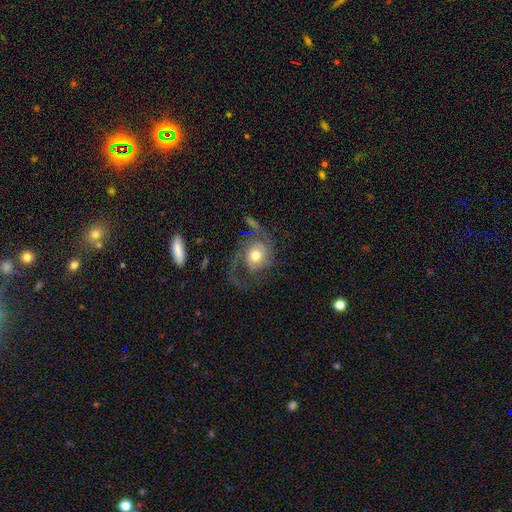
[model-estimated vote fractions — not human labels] smooth-or-featured: featured or disk: 71% | smooth: 22% | star or artifact: 7%
  disk-edge-on: no: 97% | yes: 3%
    bar: no: 76% | weak: 19% | strong: 4%
    has-spiral-arms: yes: 88% | no: 12%
      spiral-winding: medium: 41% | loose: 36% | tight: 24%
      spiral-arm-count: 2: 54% | 1: 24% | can't tell: 11% | 3: 6% | 4: 2% | more than 4: 2%
    bulge-size: moderate: 68% | large: 20% | small: 9% | dominant: 2% | none: 1%
  merging: none: 41% | major disturbance: 37% | minor disturbance: 17% | merger: 4%